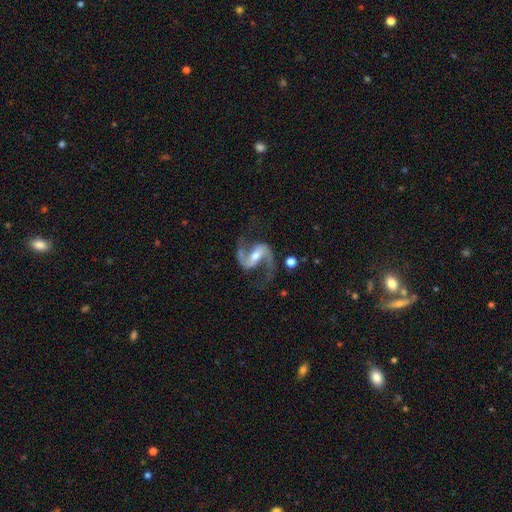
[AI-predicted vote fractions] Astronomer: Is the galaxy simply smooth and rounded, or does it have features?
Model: featured or disk — 92%.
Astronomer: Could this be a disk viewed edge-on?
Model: no — 98%.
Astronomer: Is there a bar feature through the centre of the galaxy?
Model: strong — 51% (runner-up: weak, 35%).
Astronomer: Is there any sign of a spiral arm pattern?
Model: yes — 98%.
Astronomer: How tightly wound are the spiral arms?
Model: loose — 47% (runner-up: medium, 45%).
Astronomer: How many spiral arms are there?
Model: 2 — 94%.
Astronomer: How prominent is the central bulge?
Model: moderate — 54% (runner-up: small, 38%).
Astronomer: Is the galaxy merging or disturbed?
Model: none — 78%.